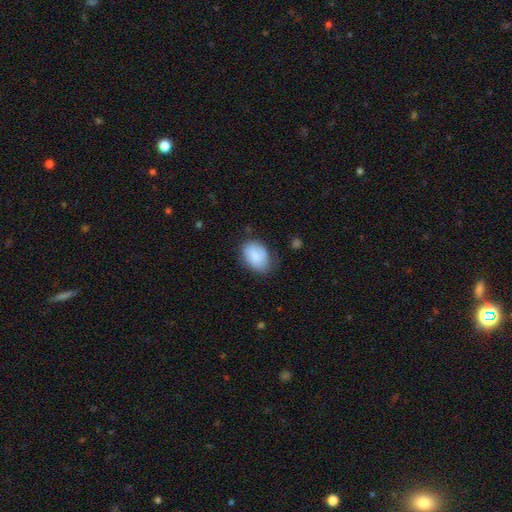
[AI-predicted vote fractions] Smooth or featured?
  - smooth: 81% *
  - featured or disk: 12%
  - star or artifact: 7%
How rounded?
  - in between: 83% *
  - round: 16%
  - cigar-shaped: 1%
Merging?
  - none: 64% *
  - minor disturbance: 27%
  - major disturbance: 7%
  - merger: 2%